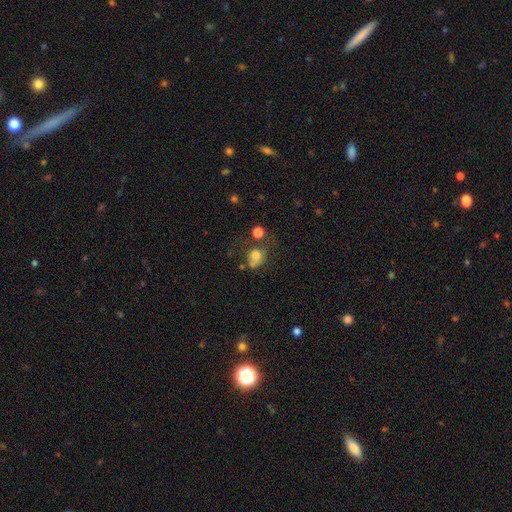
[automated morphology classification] smooth 73%, featured or disk 14%, star or artifact 13%. Down the decision tree: how rounded — round (71%); merging — none (39%).